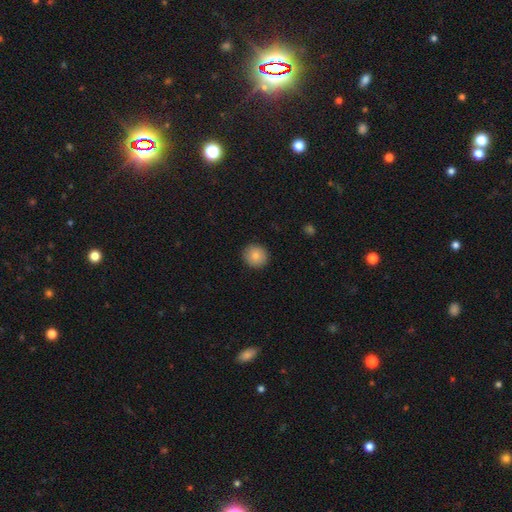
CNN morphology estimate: Smooth or featured?
  - smooth: 83% *
  - star or artifact: 9%
  - featured or disk: 8%
How rounded?
  - round: 88% *
  - in between: 11%
  - cigar-shaped: 1%
Merging?
  - none: 91% *
  - minor disturbance: 6%
  - major disturbance: 2%
  - merger: 1%